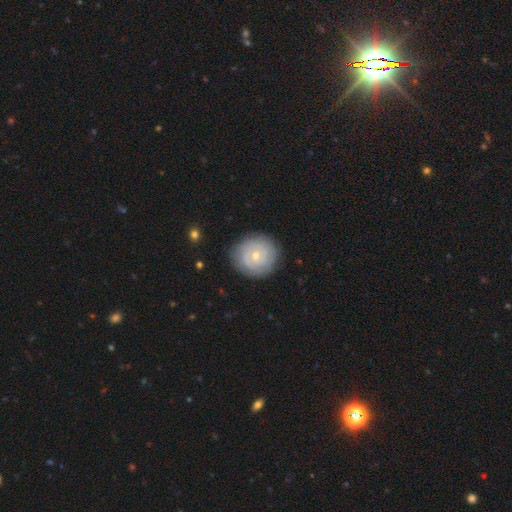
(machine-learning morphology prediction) This is likely a featured or disk galaxy (65%). It is clearly not viewed edge-on (98%). Bar: likely no (76%). Spiral arm pattern: clearly yes (82%). Spiral arm count: marginally can't tell (38%). Spiral winding: likely tight (76%). Central bulge: likely small (63%). Merging: clearly none (84%).